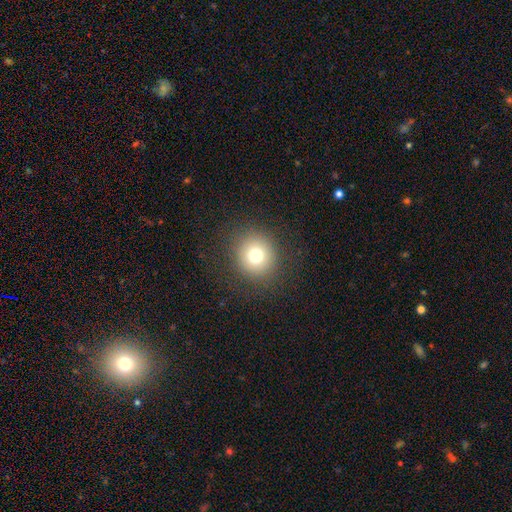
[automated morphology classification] Smooth or featured?
  - smooth: 74% *
  - star or artifact: 15%
  - featured or disk: 11%
How rounded?
  - round: 91% *
  - in between: 9%
  - cigar-shaped: 1%
Merging?
  - none: 88% *
  - minor disturbance: 7%
  - major disturbance: 4%
  - merger: 1%